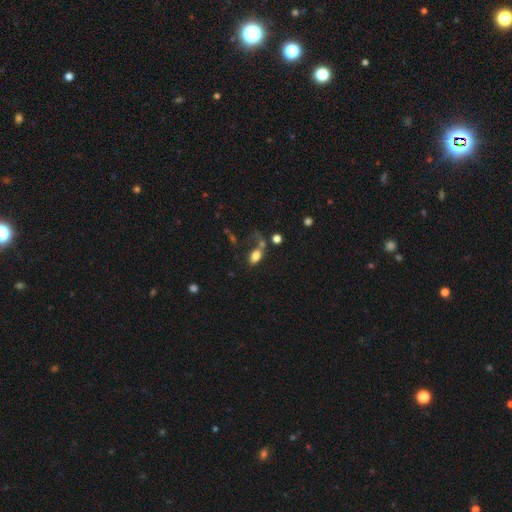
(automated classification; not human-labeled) smooth-or-featured: smooth: 78% | featured or disk: 12% | star or artifact: 10%
  how-rounded: in between: 86% | round: 11% | cigar-shaped: 3%
  merging: none: 42% | merger: 25% | major disturbance: 16% | minor disturbance: 16%